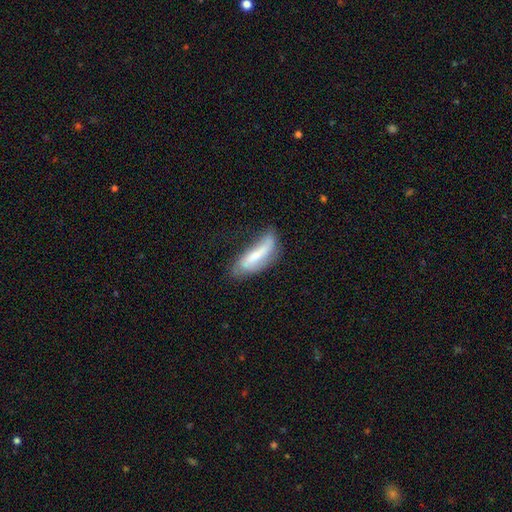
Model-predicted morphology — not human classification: smooth_or_featured: smooth (p=0.51) [alt: featured or disk p=0.42]
how_rounded: cigar-shaped (p=0.52) [alt: in between p=0.46]
merging: none (p=0.44) [alt: minor disturbance p=0.35]